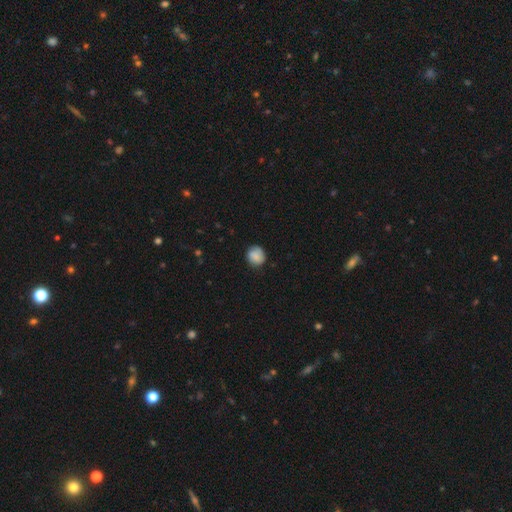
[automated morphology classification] Overall: smooth (82%). How rounded: round (83%). Merging: none (78%).